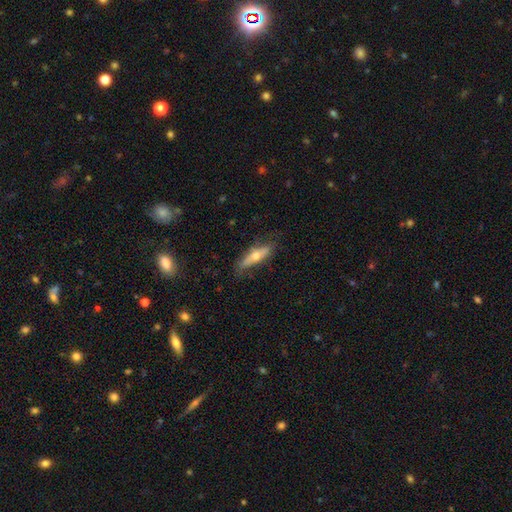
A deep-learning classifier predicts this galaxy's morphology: A featured or disk galaxy (51%) viewed edge-on (80%).

Vote fractions:
- Smooth or featured? featured or disk: 51% / smooth: 43% / star or artifact: 6%
- Edge-on disk? yes: 80% / no: 20%
- Merging? none: 71% / minor disturbance: 21% / major disturbance: 6% / merger: 2%